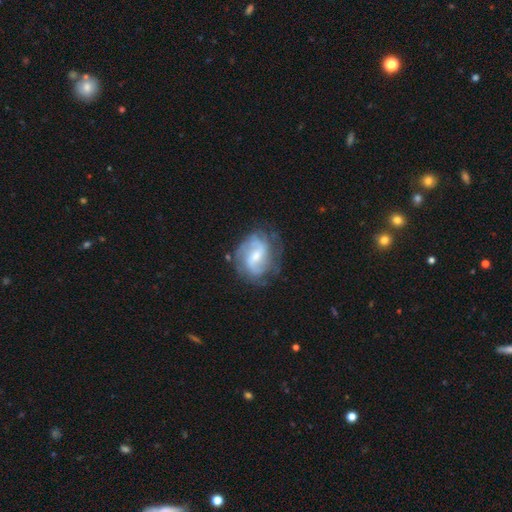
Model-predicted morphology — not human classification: featured or disk 80%, smooth 14%, star or artifact 6%. Down the decision tree: edge-on disk — no (98%); bar — weak (56%); spiral arms — yes (93%); spiral arm count — 2 (59%); spiral winding — medium (45%); bulge size — moderate (46%); merging — none (67%).